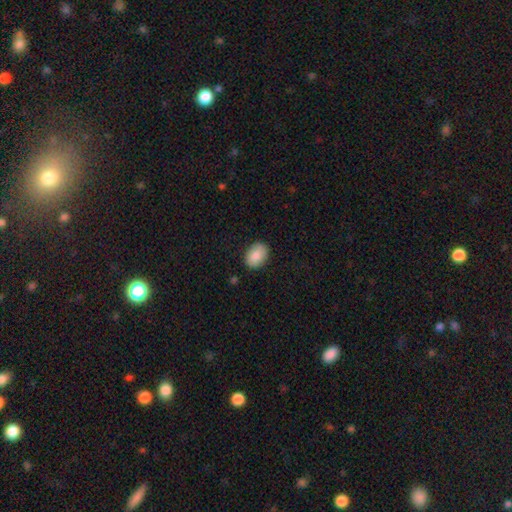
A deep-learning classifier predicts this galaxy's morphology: A smooth galaxy with no disk features (84%) that is in between round and cigar-shaped (77%).

Vote fractions:
- Smooth or featured? smooth: 84% / featured or disk: 9% / star or artifact: 7%
- How rounded? in between: 77% / round: 22% / cigar-shaped: 1%
- Merging? none: 87% / minor disturbance: 10% / major disturbance: 2% / merger: 1%